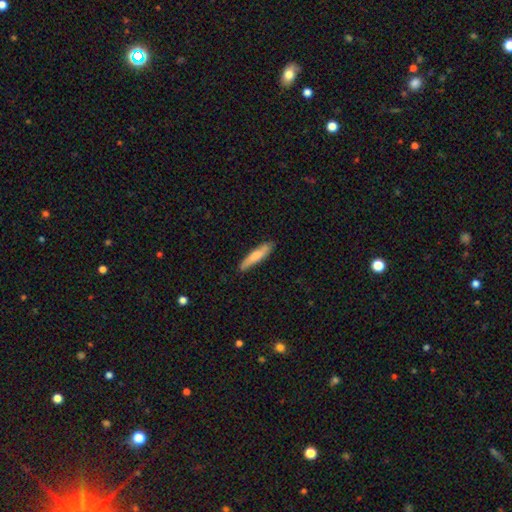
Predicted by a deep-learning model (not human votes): Morphology: type=smooth (74%); roundness=cigar-shaped (84%); merging=none (83%).